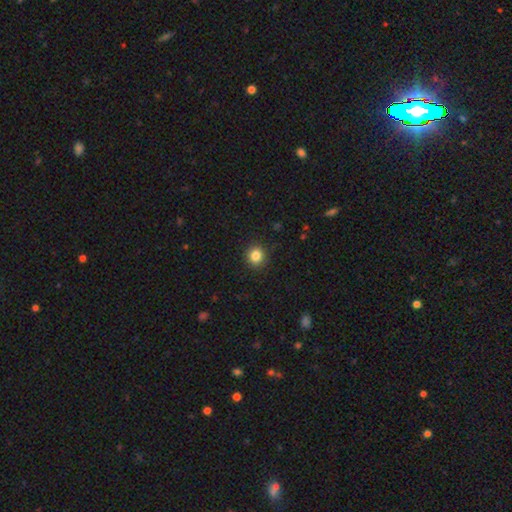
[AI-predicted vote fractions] This appears to be a smooth galaxy with no disk features (84%) that is round (88%). Merging: none (91%).